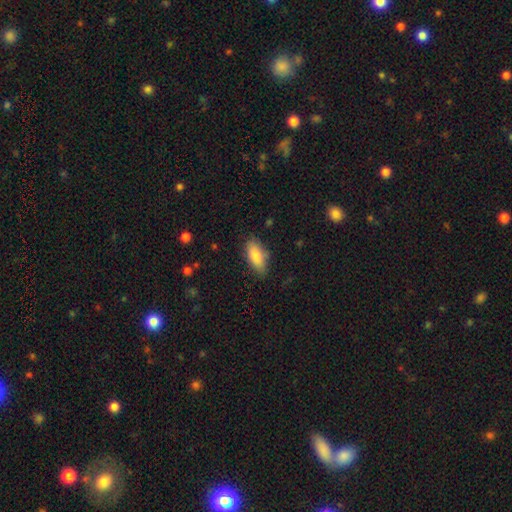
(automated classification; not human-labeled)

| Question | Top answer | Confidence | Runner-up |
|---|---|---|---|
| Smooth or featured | smooth | 83% | featured or disk (11%) |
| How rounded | in between | 86% | cigar-shaped (12%) |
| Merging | none | 78% | minor disturbance (18%) |